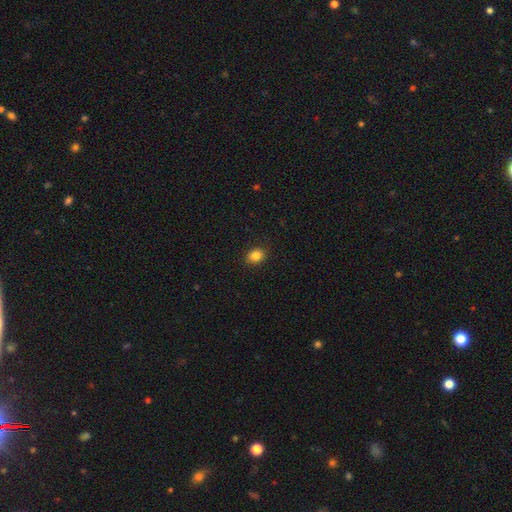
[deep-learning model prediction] Smooth or featured? Predicted: smooth (p=0.84). How rounded? Predicted: in between (p=0.54). Merging? Predicted: none (p=0.89).